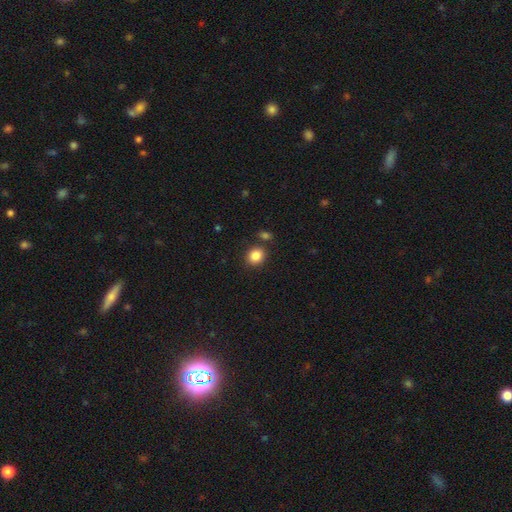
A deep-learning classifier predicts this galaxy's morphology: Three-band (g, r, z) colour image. It shows a smooth galaxy with no disk features (86%) that is round (68%). Merging: none (81%).